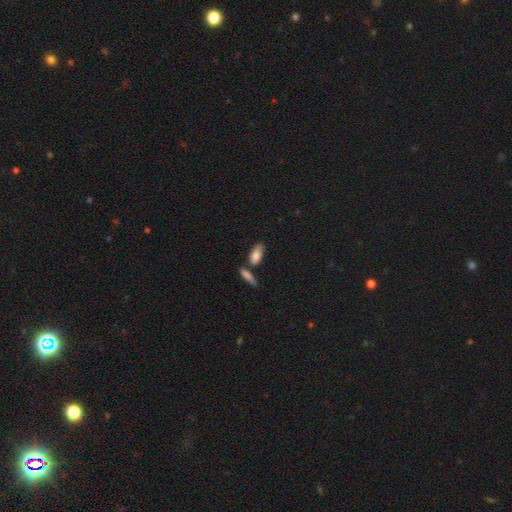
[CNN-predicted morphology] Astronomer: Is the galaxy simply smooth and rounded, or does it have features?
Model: smooth — 83%.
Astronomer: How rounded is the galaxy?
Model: in between — 85%.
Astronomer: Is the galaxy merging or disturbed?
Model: none — 60%.